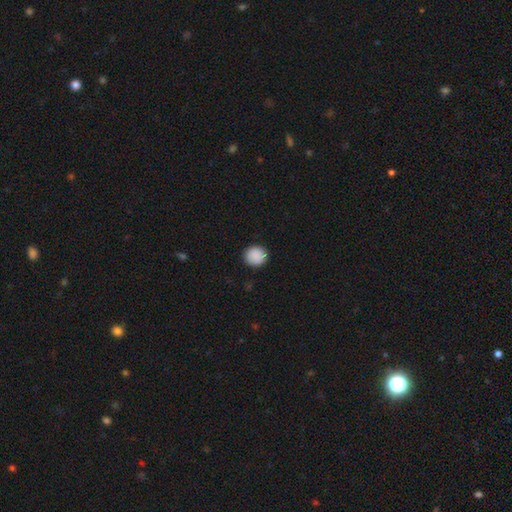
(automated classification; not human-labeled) A smooth galaxy with no disk features (90%) that is round (89%). Merging: none (89%).